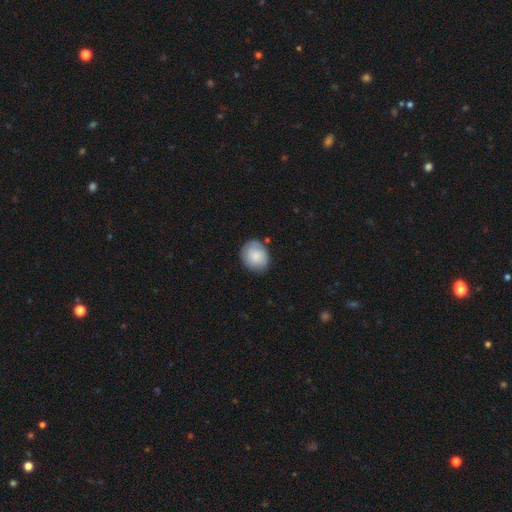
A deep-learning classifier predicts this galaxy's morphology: smooth-or-featured: smooth: 82% | featured or disk: 12% | star or artifact: 6%
  how-rounded: round: 52% | in between: 48% | cigar-shaped: 1%
  merging: none: 74% | minor disturbance: 19% | major disturbance: 4% | merger: 3%